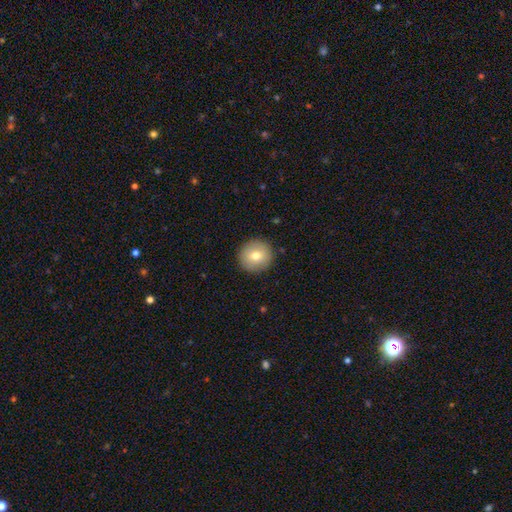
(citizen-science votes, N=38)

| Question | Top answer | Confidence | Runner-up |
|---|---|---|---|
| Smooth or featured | smooth | 82% | featured or disk (16%) |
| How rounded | round | 100% | — |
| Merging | none | 89% | minor disturbance (5%) |